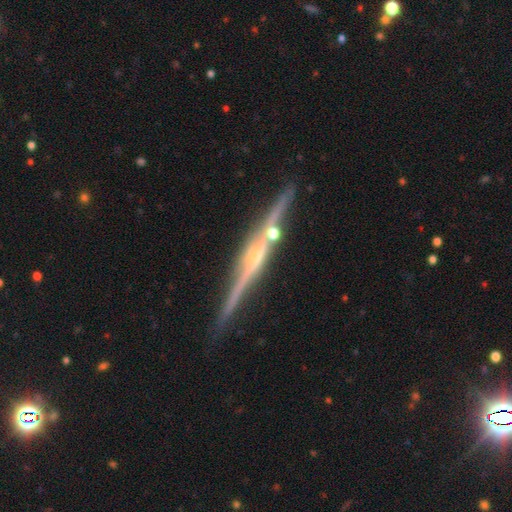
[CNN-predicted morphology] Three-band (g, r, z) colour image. It shows a featured or disk galaxy (86%) viewed edge-on (98%) with a rounded central bulge (69%). Merging: none (81%).